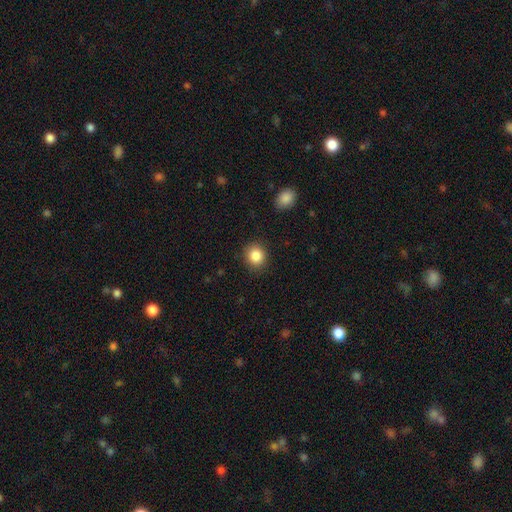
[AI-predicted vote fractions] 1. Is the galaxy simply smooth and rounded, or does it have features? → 86% smooth, 9% star or artifact, 5% featured or disk.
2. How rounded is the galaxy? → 81% round, 18% in between, 1% cigar-shaped.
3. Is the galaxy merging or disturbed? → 88% none, 8% minor disturbance, 3% major disturbance, 1% merger.